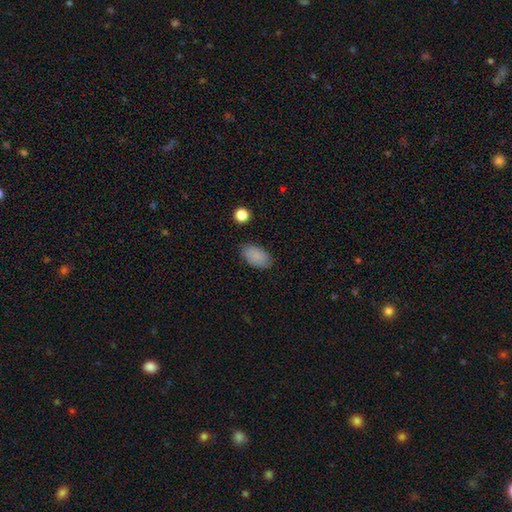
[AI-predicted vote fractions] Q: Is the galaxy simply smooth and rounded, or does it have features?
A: smooth — 86%.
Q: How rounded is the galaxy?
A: in between — 93%.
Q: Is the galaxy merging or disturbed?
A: none — 84%.